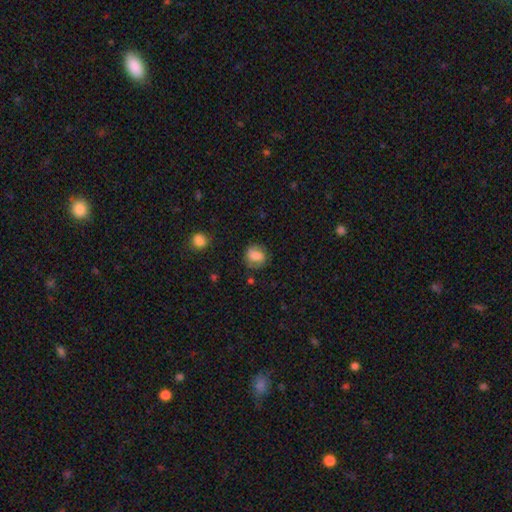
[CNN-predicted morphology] smooth-or-featured: smooth: 70% | featured or disk: 21% | star or artifact: 9%
  how-rounded: round: 69% | in between: 30% | cigar-shaped: 1%
  merging: none: 73% | minor disturbance: 18% | major disturbance: 7% | merger: 2%